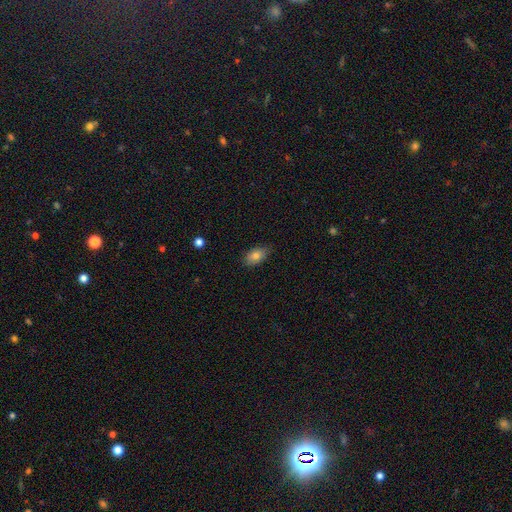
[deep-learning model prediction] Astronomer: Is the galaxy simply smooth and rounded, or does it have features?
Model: smooth — 79%.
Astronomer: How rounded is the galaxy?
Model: in between — 89%.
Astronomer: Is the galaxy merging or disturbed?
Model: none — 79%.